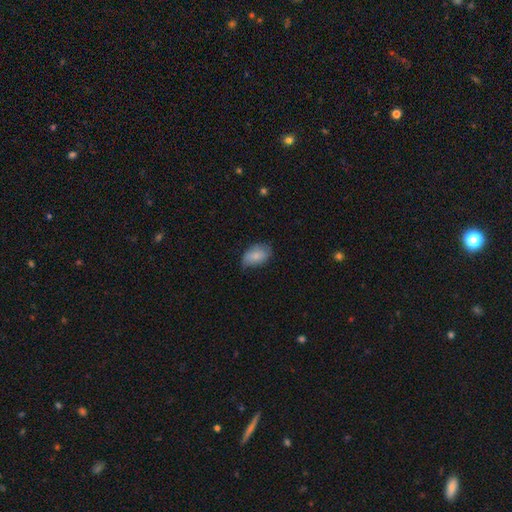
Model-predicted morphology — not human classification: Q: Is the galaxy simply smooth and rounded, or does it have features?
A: smooth — 80%.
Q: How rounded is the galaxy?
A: in between — 91%.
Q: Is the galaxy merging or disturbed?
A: none — 59%.